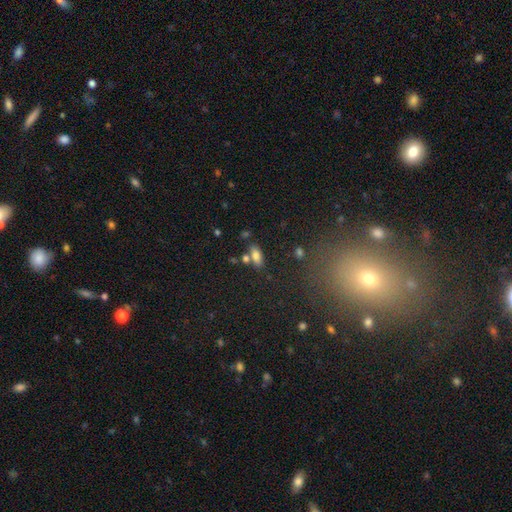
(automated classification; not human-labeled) This is likely a smooth galaxy (78%). How rounded: clearly in between (84%). Merging: likely none (65%).